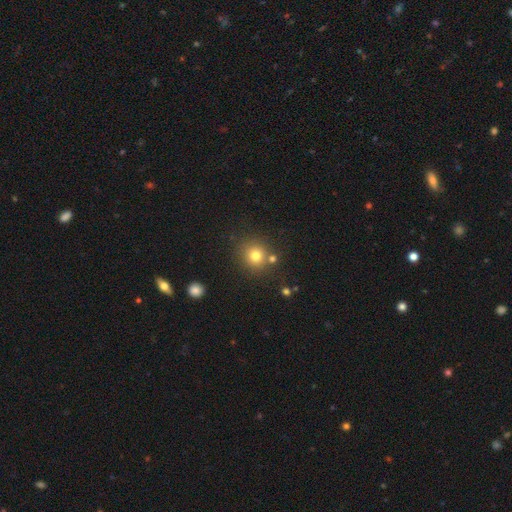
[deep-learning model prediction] smooth-or-featured: smooth: 77% | star or artifact: 15% | featured or disk: 8%
  how-rounded: round: 90% | in between: 9% | cigar-shaped: 1%
  merging: none: 77% | merger: 11% | minor disturbance: 9% | major disturbance: 3%